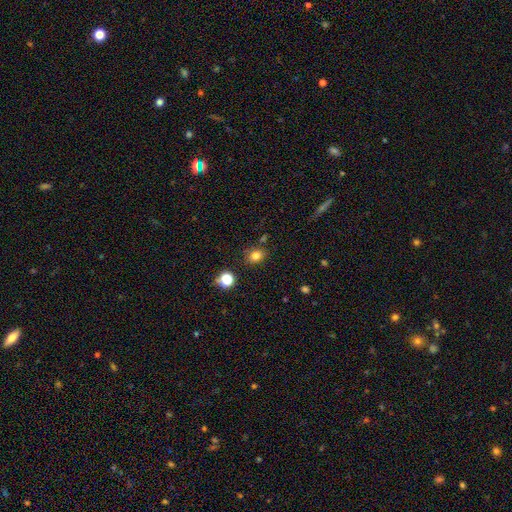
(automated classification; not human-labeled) This appears to be a smooth galaxy with no disk features (79%) that is round (56%). Merging: none (80%).